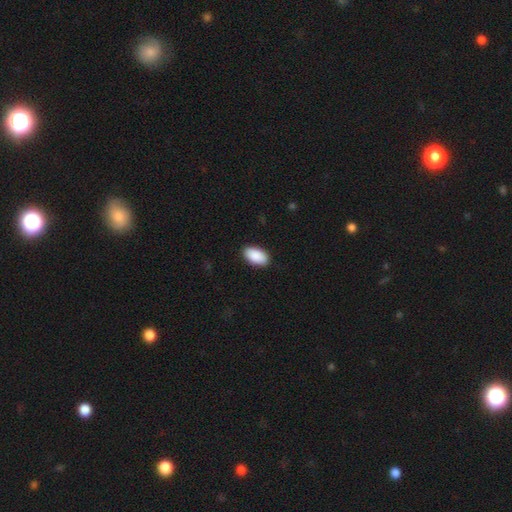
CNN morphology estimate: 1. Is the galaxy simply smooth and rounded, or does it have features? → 91% smooth, 6% star or artifact, 3% featured or disk.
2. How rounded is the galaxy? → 96% in between, 3% round, 2% cigar-shaped.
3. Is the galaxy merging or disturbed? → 90% none, 7% minor disturbance, 2% major disturbance, 1% merger.